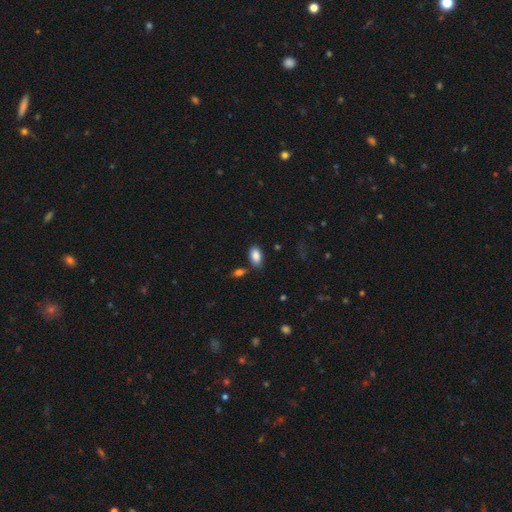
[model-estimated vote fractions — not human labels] Smooth or featured?
  - smooth: 87% *
  - star or artifact: 7%
  - featured or disk: 5%
How rounded?
  - in between: 93% *
  - round: 5%
  - cigar-shaped: 3%
Merging?
  - none: 75% *
  - minor disturbance: 14%
  - merger: 7%
  - major disturbance: 4%